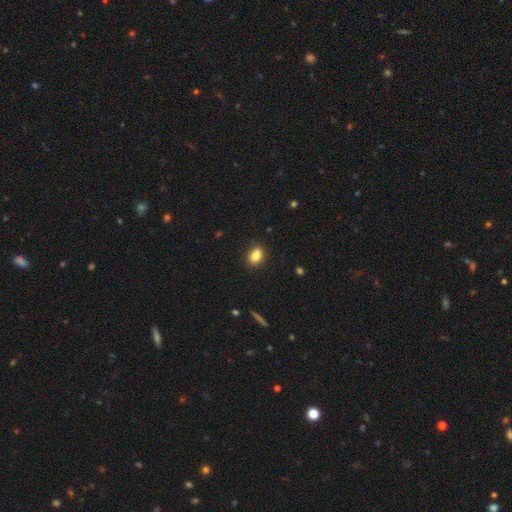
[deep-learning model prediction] smooth 84%, star or artifact 9%, featured or disk 7%. Down the decision tree: how rounded — in between (73%); merging — none (88%).